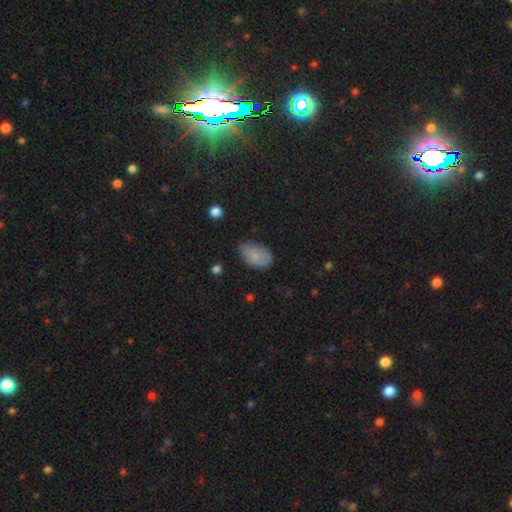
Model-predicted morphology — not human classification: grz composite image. It shows a smooth galaxy with no disk features (80%) that is in between round and cigar-shaped (91%). Merging: none (64%).